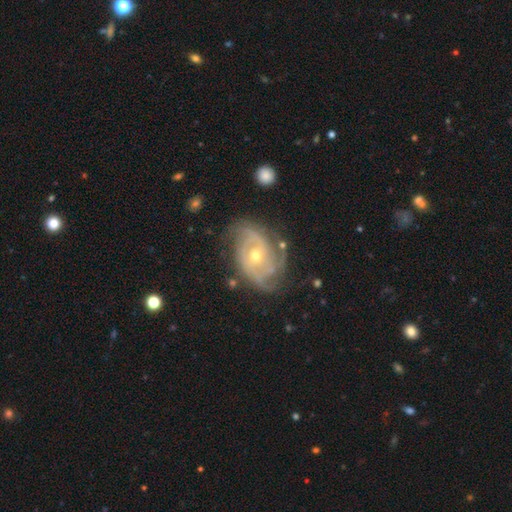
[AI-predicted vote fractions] Morphology: type=featured or disk (88%); edge-on=no (97%); bar=no (70%); spiral arms=yes (96%); winding=tight (58%); arm count=3 (32%); bulge=moderate (49%); merging=none (67%).